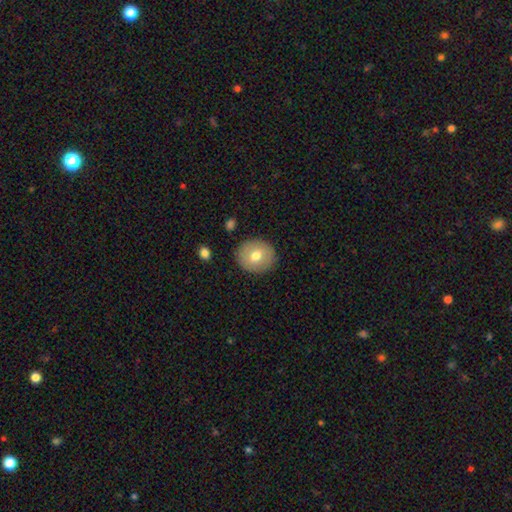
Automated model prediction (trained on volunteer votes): Smooth or featured: smooth — 71% (featured or disk — 22%)
How rounded: round — 82% (in between — 17%)
Merging: none — 88% (minor disturbance — 8%)